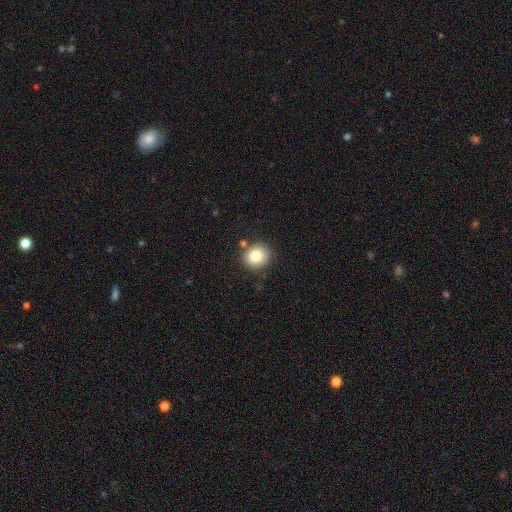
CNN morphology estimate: This is clearly a smooth galaxy (82%). How rounded: clearly round (81%). Merging: clearly none (83%).